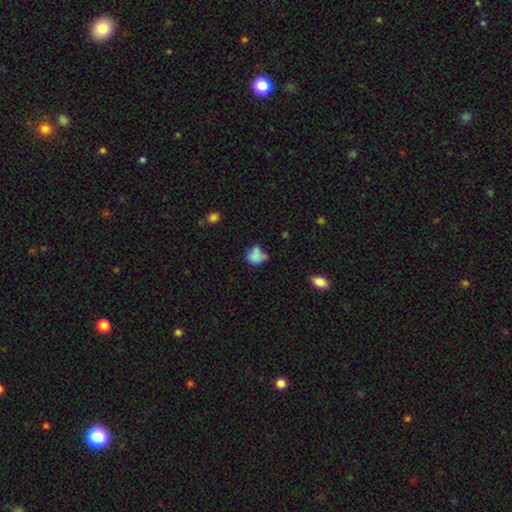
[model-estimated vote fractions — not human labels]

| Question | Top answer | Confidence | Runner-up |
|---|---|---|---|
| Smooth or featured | smooth | 73% | featured or disk (15%) |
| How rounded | round | 52% | in between (46%) |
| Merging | none | 35% | minor disturbance (28%) |